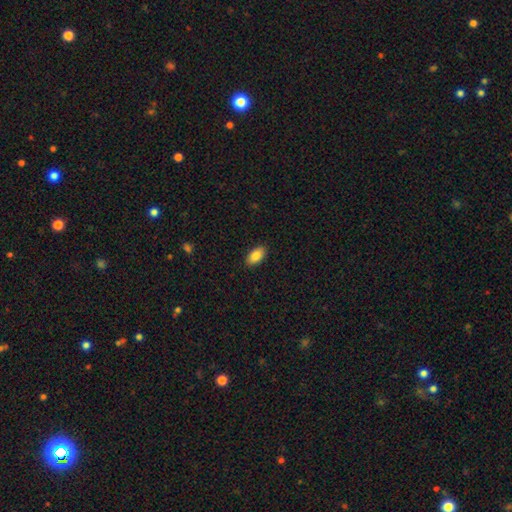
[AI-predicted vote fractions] This appears to be a smooth galaxy with no disk features (86%) that is in between round and cigar-shaped (93%). Merging: none (90%).